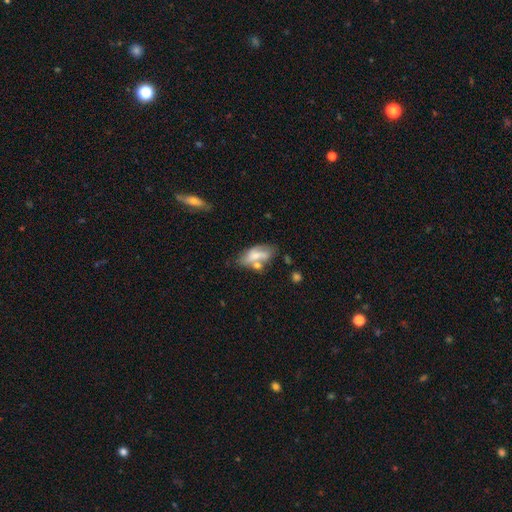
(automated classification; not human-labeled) smooth_or_featured: smooth (p=0.57) [alt: featured or disk p=0.36]
how_rounded: in between (p=0.79) [alt: cigar-shaped p=0.17]
merging: none (p=0.44) [alt: merger p=0.24]